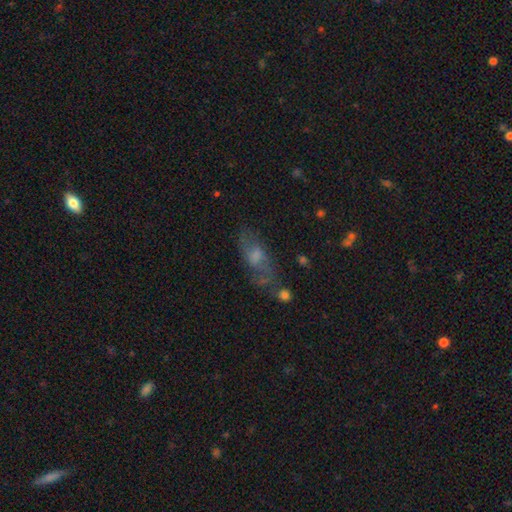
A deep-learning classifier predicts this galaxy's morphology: A featured or disk galaxy (52%).

Vote fractions:
- Smooth or featured? featured or disk: 52% / smooth: 34% / star or artifact: 14%
- Edge-on disk? no: 79% / yes: 21%
- Merging? none: 63% / minor disturbance: 20% / major disturbance: 11% / merger: 6%